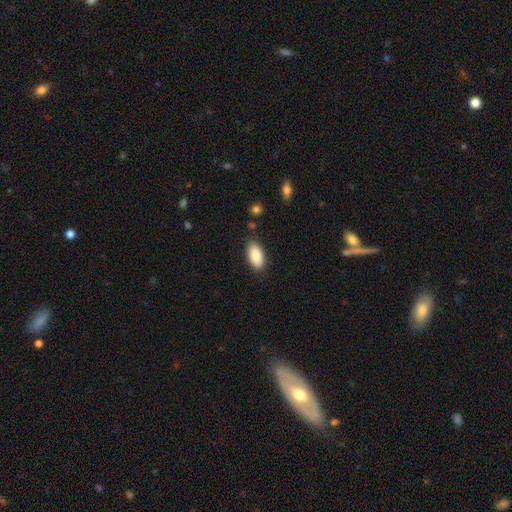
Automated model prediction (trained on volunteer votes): Smooth or featured: smooth — 87% (featured or disk — 7%)
How rounded: in between — 92% (cigar-shaped — 5%)
Merging: none — 84% (minor disturbance — 11%)